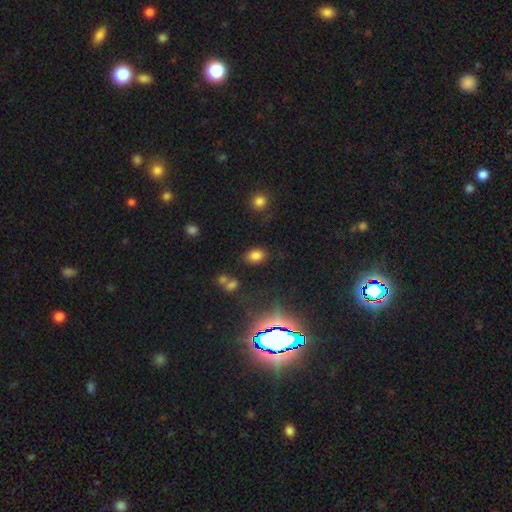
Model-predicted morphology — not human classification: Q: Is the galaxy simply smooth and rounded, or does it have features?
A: smooth — 77%.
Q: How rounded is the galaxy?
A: in between — 80%.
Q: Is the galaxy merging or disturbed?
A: none — 81%.